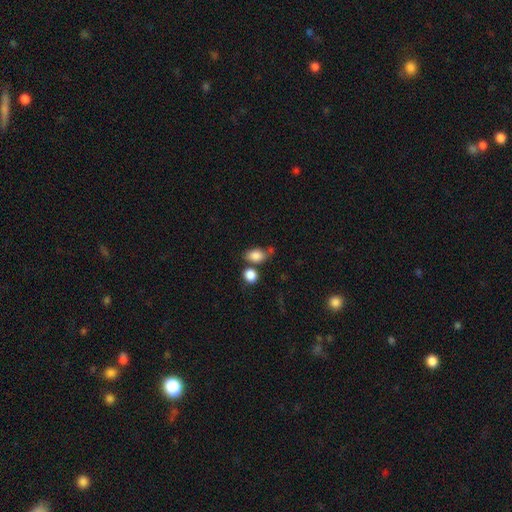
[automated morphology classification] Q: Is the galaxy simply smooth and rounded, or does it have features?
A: smooth — 85%.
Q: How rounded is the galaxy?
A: in between — 76%.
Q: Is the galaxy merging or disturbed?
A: none — 55%.